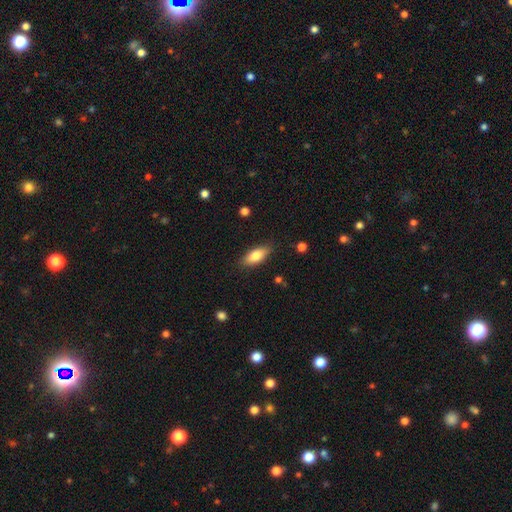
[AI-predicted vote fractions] This is likely a smooth galaxy (78%). How rounded: likely in between (78%). Merging: clearly none (85%).